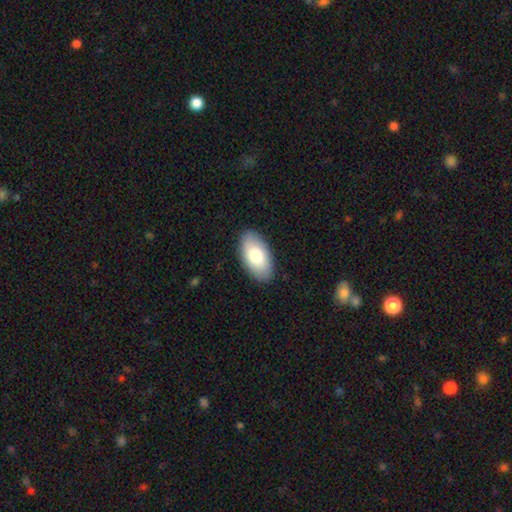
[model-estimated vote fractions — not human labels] Smooth or featured? Predicted: smooth (p=0.81). How rounded? Predicted: in between (p=0.95). Merging? Predicted: none (p=0.88).